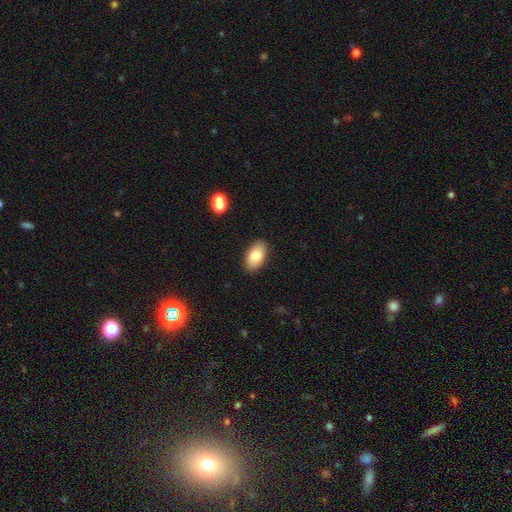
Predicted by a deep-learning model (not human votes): Overall: smooth (82%). How rounded: in between (94%). Merging: none (88%).